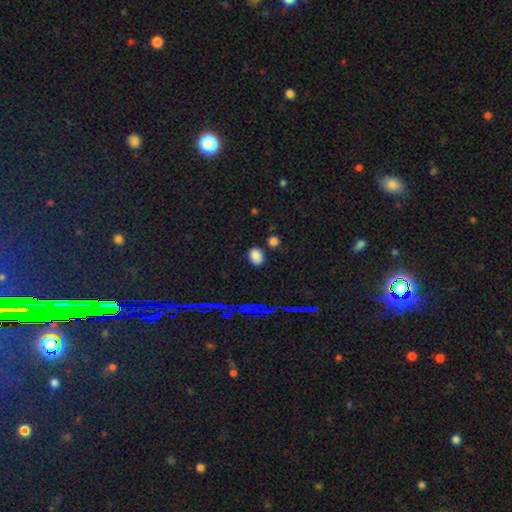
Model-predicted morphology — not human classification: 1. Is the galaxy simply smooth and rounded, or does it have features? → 83% smooth, 13% star or artifact, 4% featured or disk.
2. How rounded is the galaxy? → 70% in between, 28% round, 1% cigar-shaped.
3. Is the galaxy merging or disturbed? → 79% none, 12% minor disturbance, 6% merger, 3% major disturbance.